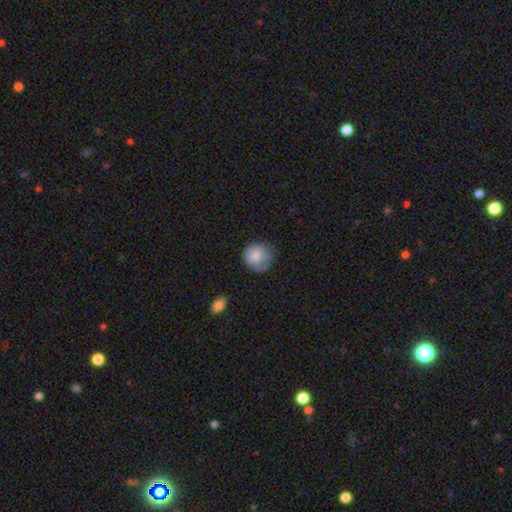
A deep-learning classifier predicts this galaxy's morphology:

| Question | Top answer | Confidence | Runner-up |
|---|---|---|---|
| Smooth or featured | smooth | 79% | featured or disk (14%) |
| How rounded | round | 85% | in between (14%) |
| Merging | none | 61% | minor disturbance (29%) |